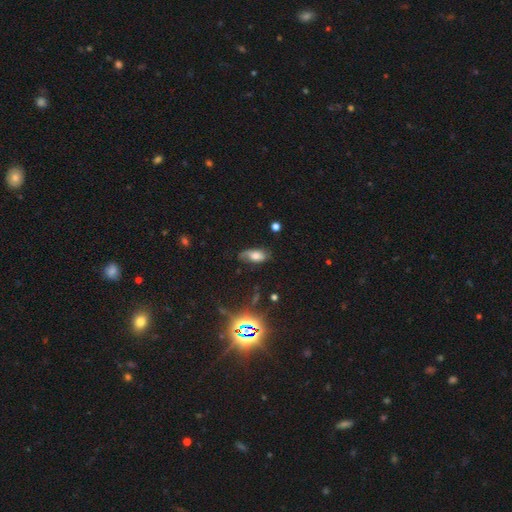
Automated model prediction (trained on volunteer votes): A smooth galaxy with no disk features (58%) that is in between round and cigar-shaped (88%).

Vote fractions:
- Smooth or featured? smooth: 58% / featured or disk: 27% / star or artifact: 14%
- How rounded? in between: 88% / cigar-shaped: 7% / round: 5%
- Merging? none: 52% / minor disturbance: 33% / major disturbance: 13% / merger: 2%